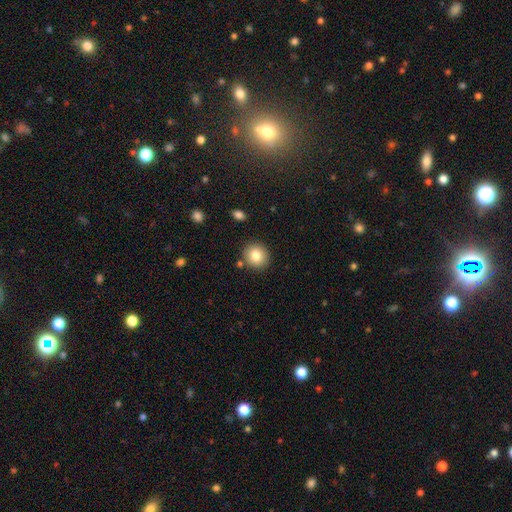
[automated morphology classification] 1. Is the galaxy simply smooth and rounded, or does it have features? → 82% smooth, 9% star or artifact, 9% featured or disk.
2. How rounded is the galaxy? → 83% round, 16% in between, 1% cigar-shaped.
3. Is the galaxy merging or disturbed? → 85% none, 8% minor disturbance, 4% merger, 2% major disturbance.